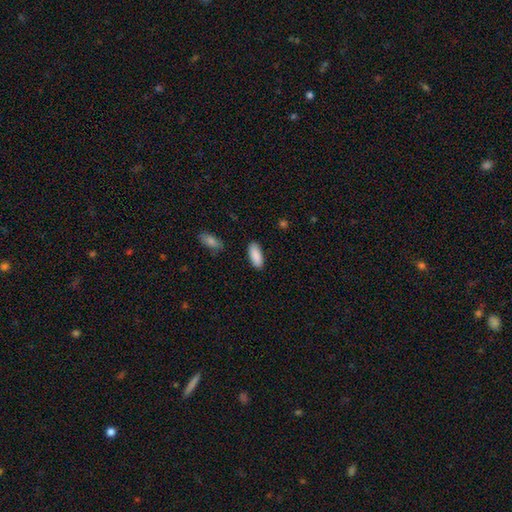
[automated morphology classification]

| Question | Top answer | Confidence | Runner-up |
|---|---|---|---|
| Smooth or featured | smooth | 90% | star or artifact (6%) |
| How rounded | in between | 81% | cigar-shaped (18%) |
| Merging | none | 87% | minor disturbance (9%) |